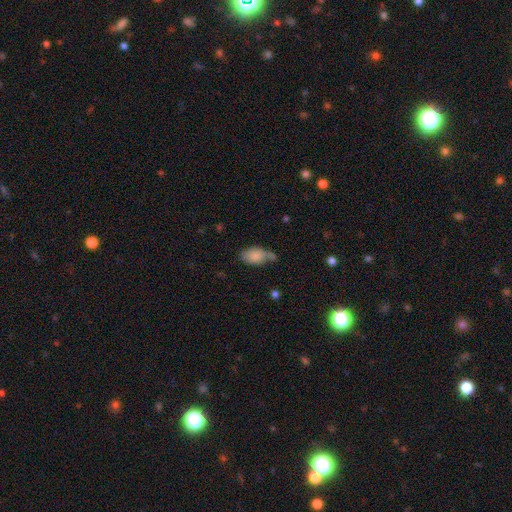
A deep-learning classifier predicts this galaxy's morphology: A smooth galaxy with no disk features (82%) that is in between round and cigar-shaped (91%). Merging: none (49%).